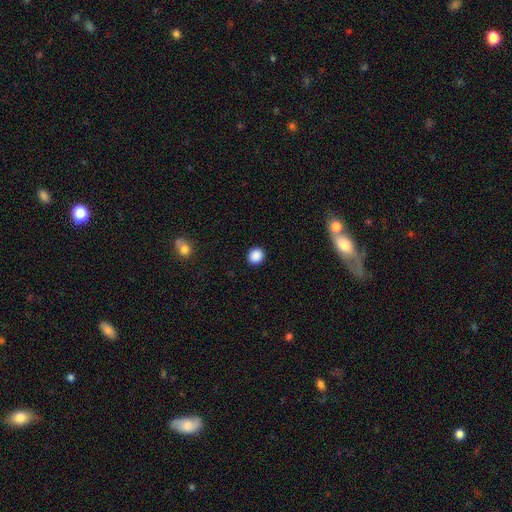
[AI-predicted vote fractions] Smooth or featured? Predicted: smooth (p=0.88). How rounded? Predicted: round (p=0.86). Merging? Predicted: none (p=0.92).